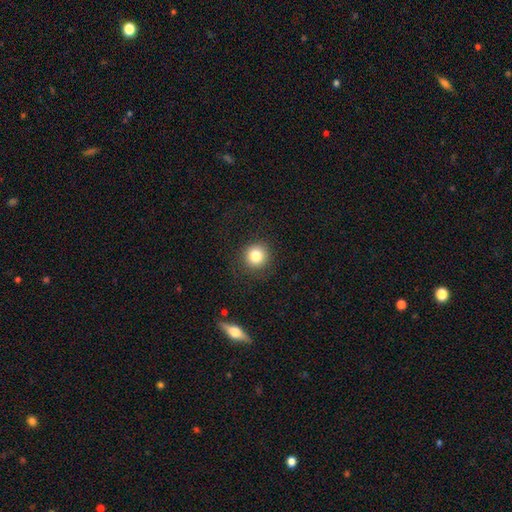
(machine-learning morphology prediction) type=smooth (82%); roundness=round (93%); merging=none (90%).